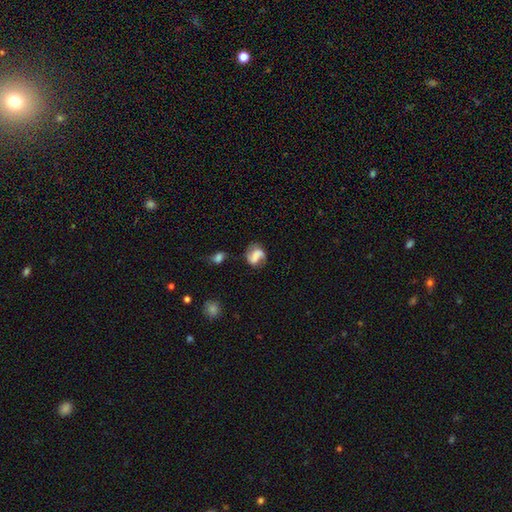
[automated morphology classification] smooth_or_featured: featured or disk (p=0.52) [alt: smooth p=0.39]
disk_edge_on: no (p=0.97) [alt: yes p=0.03]
merging: none (p=0.55) [alt: minor disturbance p=0.23]